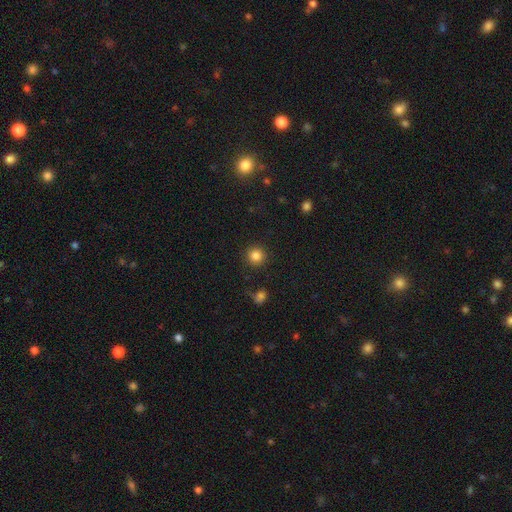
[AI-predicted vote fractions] Overall: smooth (84%). How rounded: round (94%). Merging: none (89%).